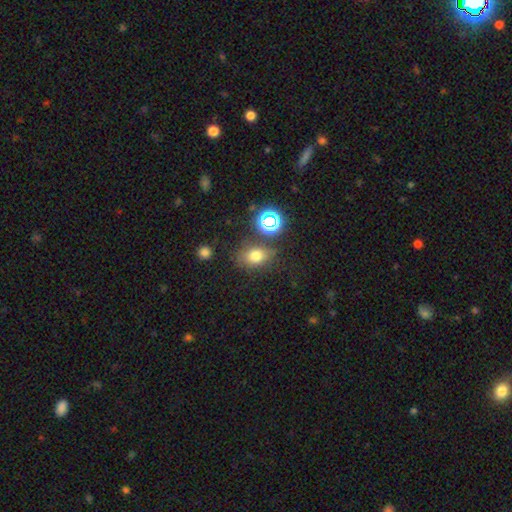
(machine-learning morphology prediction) The model was most divided on "how rounded": in between: 60%, round: 38%, cigar-shaped: 2%. More confident: merging — none (74%); smooth or featured — smooth (69%).